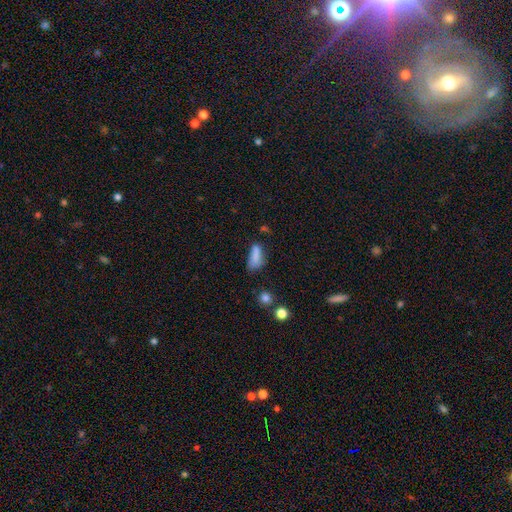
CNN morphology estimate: Smooth or featured: smooth — 79% (star or artifact — 11%)
How rounded: in between — 67% (cigar-shaped — 29%)
Merging: none — 43% (minor disturbance — 32%)